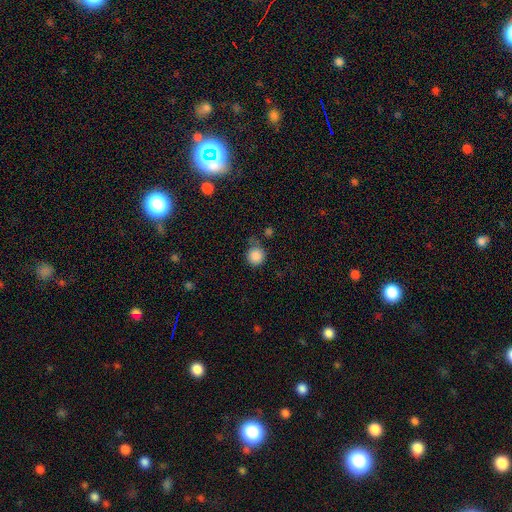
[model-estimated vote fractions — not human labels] Smooth or featured?
  - smooth: 87% *
  - star or artifact: 9%
  - featured or disk: 4%
How rounded?
  - round: 90% *
  - in between: 9%
  - cigar-shaped: 1%
Merging?
  - none: 63% *
  - minor disturbance: 23%
  - major disturbance: 7%
  - merger: 6%